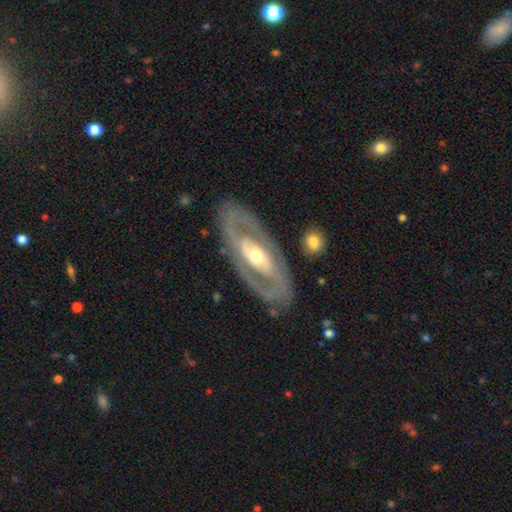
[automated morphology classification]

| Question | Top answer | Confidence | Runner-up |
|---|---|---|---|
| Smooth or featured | featured or disk | 83% | smooth (12%) |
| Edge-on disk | no | 88% | yes (12%) |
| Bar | strong | 36% | no (34%) |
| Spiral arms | yes | 69% | no (31%) |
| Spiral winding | tight | 50% | medium (37%) |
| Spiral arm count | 2 | 76% | can't tell (15%) |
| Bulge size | moderate | 62% | small (30%) |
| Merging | none | 82% | minor disturbance (11%) |